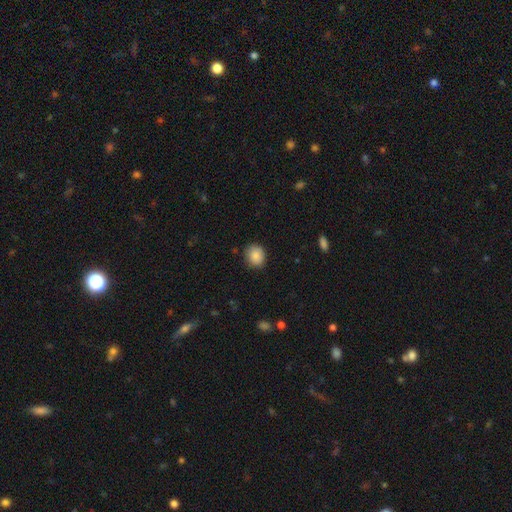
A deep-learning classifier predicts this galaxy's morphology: This is clearly a smooth galaxy (87%). How rounded: likely round (69%). Merging: clearly none (84%).